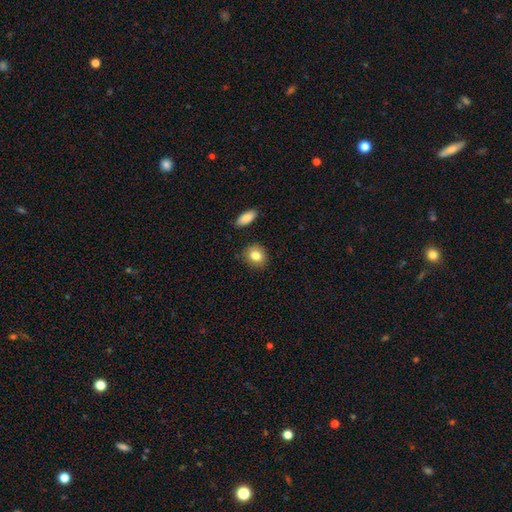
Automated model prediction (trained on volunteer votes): Morphology: type=smooth (83%); roundness=round (64%); merging=none (85%).